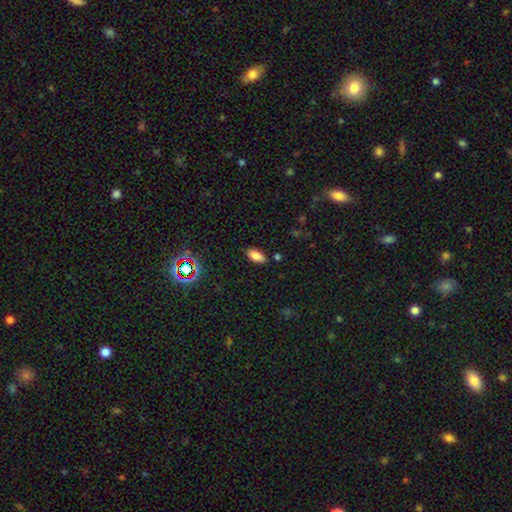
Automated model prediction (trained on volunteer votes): Smooth or featured: smooth — 80% (star or artifact — 12%)
How rounded: in between — 89% (cigar-shaped — 9%)
Merging: none — 86% (minor disturbance — 10%)